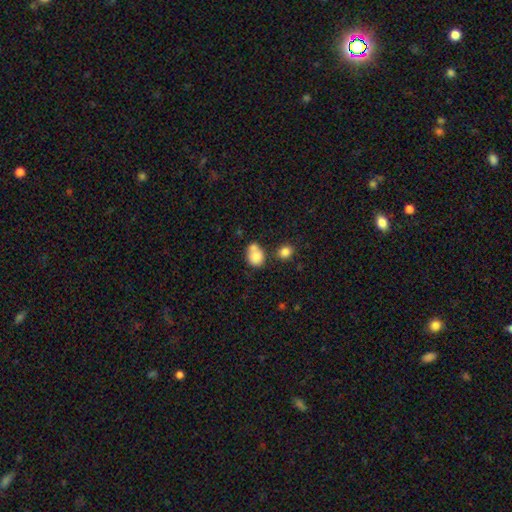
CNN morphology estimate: A smooth galaxy with no disk features (80%) that is round (55%). Merging: merger (44%).